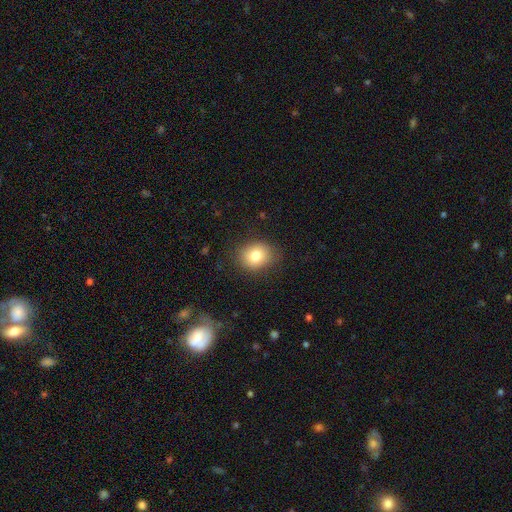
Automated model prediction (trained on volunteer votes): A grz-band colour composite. It shows a smooth galaxy with no disk features (80%) that is round (58%). Merging: none (82%).